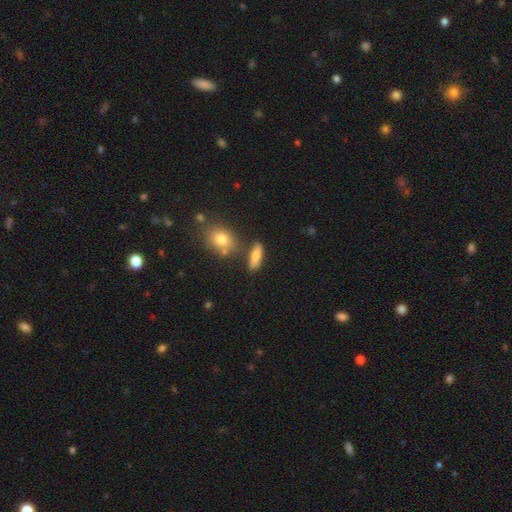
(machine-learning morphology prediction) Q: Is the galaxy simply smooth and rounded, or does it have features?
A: smooth — 75%.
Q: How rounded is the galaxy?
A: in between — 51%.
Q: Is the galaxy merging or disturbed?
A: none — 72%.